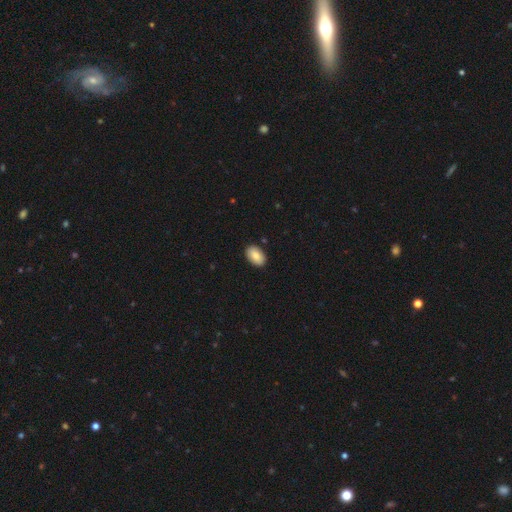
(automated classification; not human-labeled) Smooth or featured?
  - smooth: 85% *
  - featured or disk: 8%
  - star or artifact: 7%
How rounded?
  - in between: 91% *
  - round: 8%
  - cigar-shaped: 1%
Merging?
  - none: 89% *
  - minor disturbance: 8%
  - major disturbance: 2%
  - merger: 1%